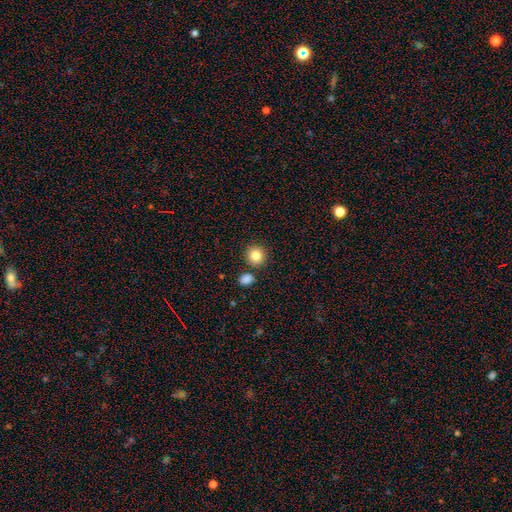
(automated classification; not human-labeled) Overall: smooth (84%). How rounded: round (91%). Merging: none (83%).